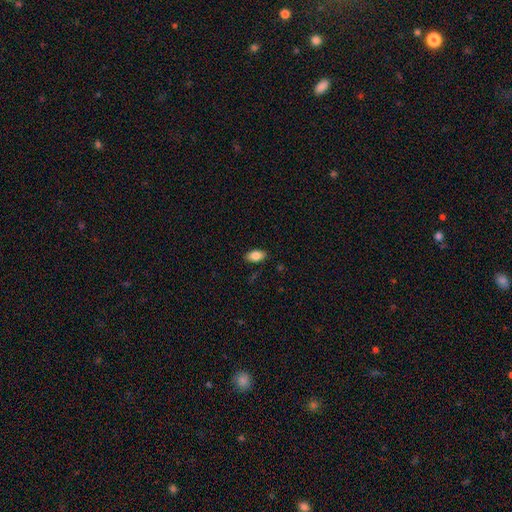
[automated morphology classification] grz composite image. It shows a smooth galaxy with no disk features (85%) that is in between round and cigar-shaped (92%). Merging: none (86%).